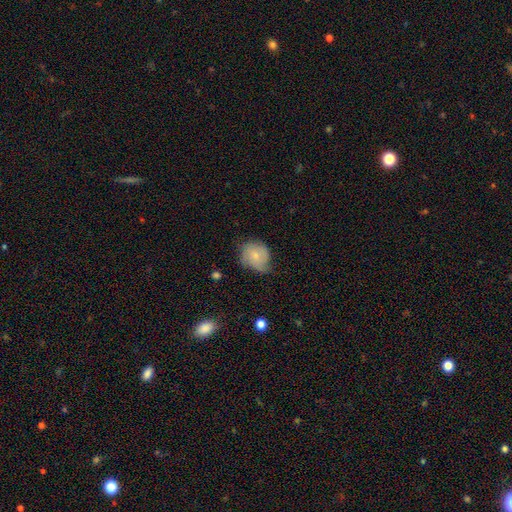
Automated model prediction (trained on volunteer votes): This is likely a smooth galaxy (66%). How rounded: likely round (67%). Merging: marginally none (43%).